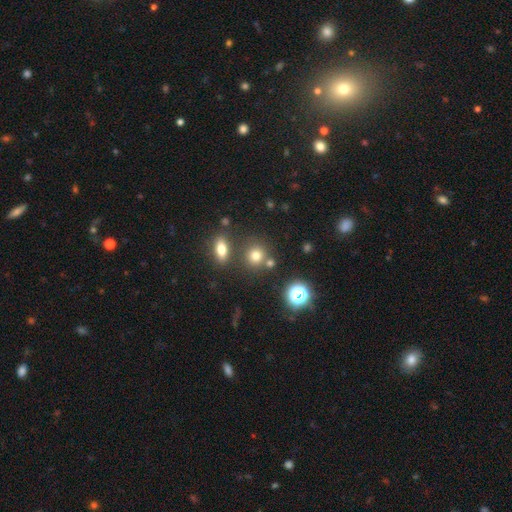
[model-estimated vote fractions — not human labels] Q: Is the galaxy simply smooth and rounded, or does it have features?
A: smooth — 71%.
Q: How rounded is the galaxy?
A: round — 86%.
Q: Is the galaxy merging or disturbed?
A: none — 73%.